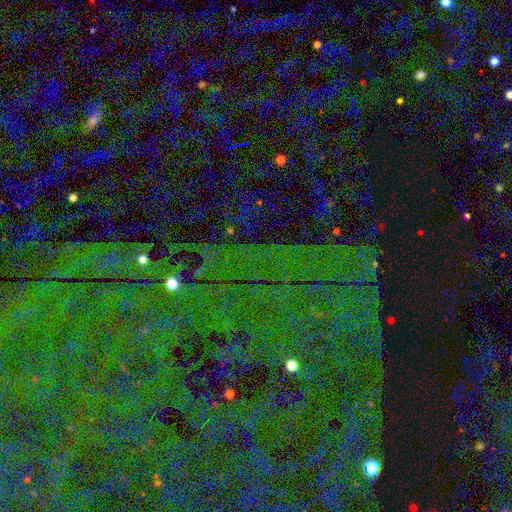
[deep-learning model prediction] Smooth or featured: star or artifact — 82% (smooth — 10%)